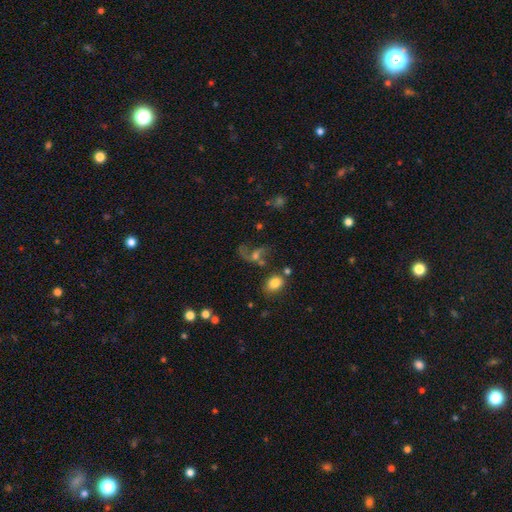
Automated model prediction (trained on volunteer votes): smooth_or_featured: featured or disk (p=0.49) [alt: smooth p=0.30]
merging: none (p=0.39) [alt: major disturbance p=0.29]